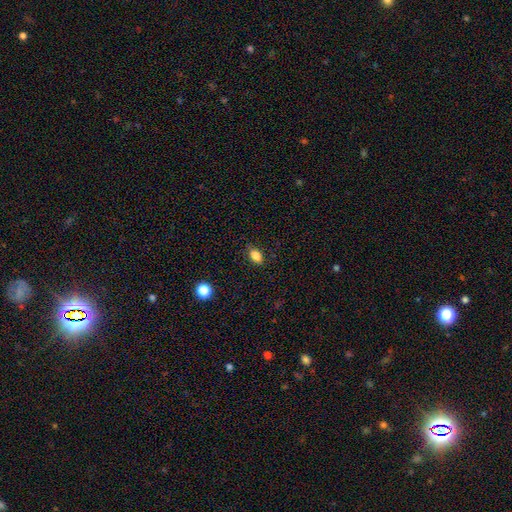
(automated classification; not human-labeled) The model was most divided on "how rounded": in between: 83%, round: 15%, cigar-shaped: 2%. More confident: smooth or featured — smooth (85%); merging — none (84%).